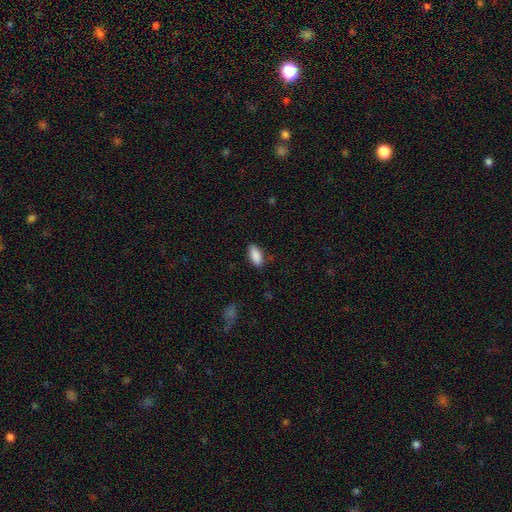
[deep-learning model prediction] smooth_or_featured: smooth (p=0.89) [alt: star or artifact p=0.06]
how_rounded: in between (p=0.87) [alt: cigar-shaped p=0.11]
merging: none (p=0.86) [alt: minor disturbance p=0.11]